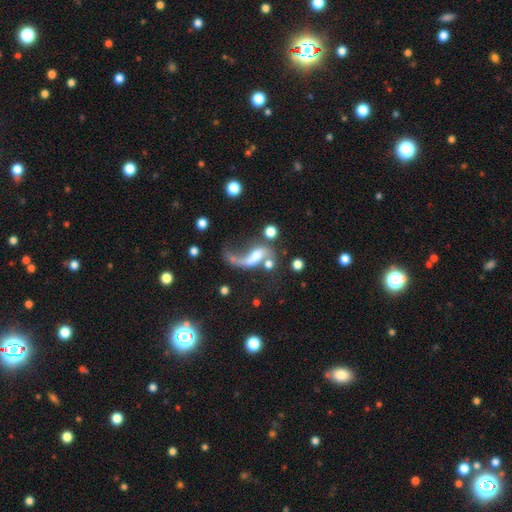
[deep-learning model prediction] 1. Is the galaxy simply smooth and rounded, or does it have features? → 63% featured or disk, 26% smooth, 11% star or artifact.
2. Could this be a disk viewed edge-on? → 93% no, 7% yes.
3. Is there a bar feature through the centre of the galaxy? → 48% no, 34% weak, 18% strong.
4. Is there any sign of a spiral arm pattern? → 77% yes, 23% no.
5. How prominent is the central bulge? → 37% moderate, 25% small, 17% none, 16% large, 4% dominant.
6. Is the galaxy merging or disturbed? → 36% major disturbance, 30% merger, 22% none, 12% minor disturbance.